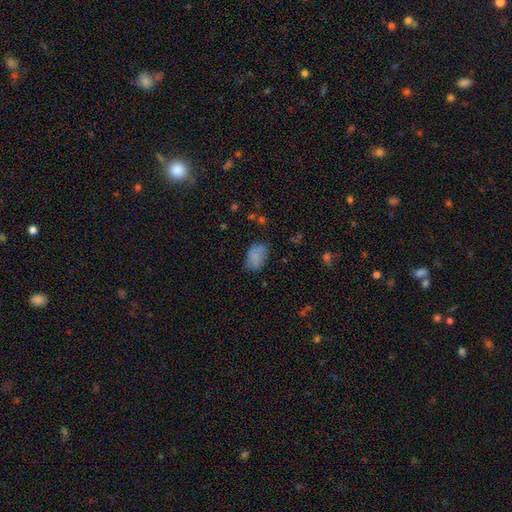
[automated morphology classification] This is likely a smooth galaxy (80%). How rounded: clearly in between (87%). Merging: likely none (65%).